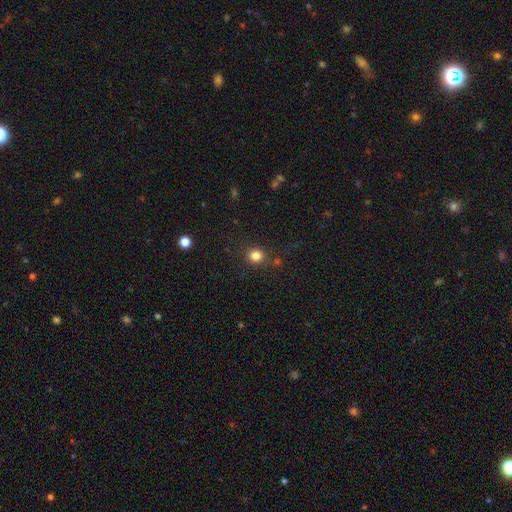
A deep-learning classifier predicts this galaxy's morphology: Overall: smooth (82%). How rounded: round (87%). Merging: none (83%).